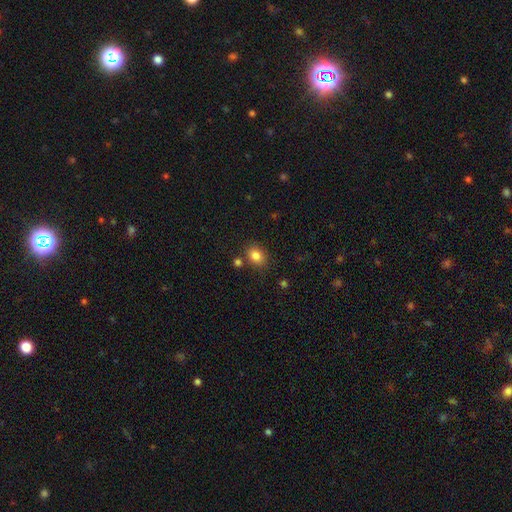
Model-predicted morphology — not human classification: A smooth galaxy with no disk features (83%) that is in between round and cigar-shaped (53%).

Vote fractions:
- Smooth or featured? smooth: 83% / star or artifact: 11% / featured or disk: 6%
- How rounded? in between: 53% / round: 46% / cigar-shaped: 1%
- Merging? none: 77% / minor disturbance: 12% / merger: 8% / major disturbance: 3%